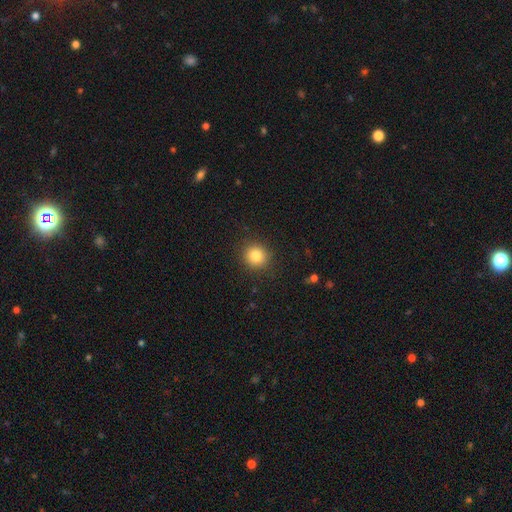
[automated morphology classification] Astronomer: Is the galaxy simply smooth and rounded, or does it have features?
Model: smooth — 83%.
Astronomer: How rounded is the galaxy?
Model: round — 91%.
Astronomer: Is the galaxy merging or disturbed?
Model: none — 90%.